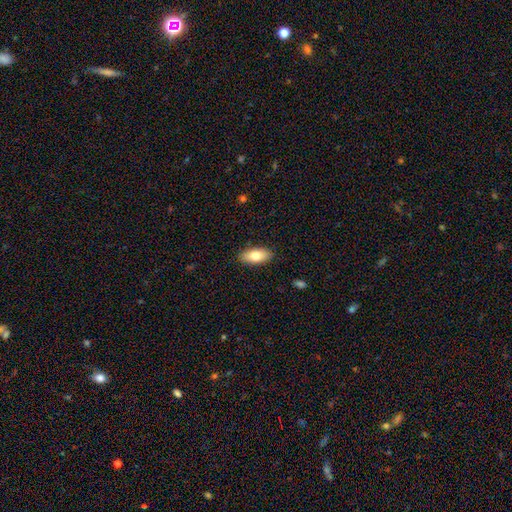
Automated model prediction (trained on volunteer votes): Smooth or featured? Predicted: smooth (p=0.77). How rounded? Predicted: in between (p=0.88). Merging? Predicted: none (p=0.89).